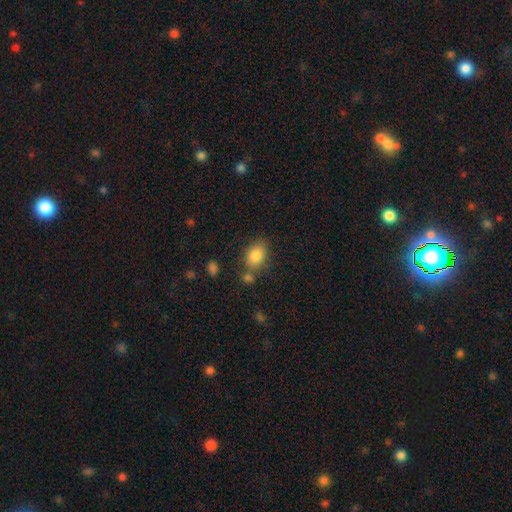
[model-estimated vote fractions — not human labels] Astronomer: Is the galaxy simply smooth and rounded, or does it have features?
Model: smooth — 85%.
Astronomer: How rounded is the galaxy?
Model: in between — 76%.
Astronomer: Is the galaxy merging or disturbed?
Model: none — 63%.